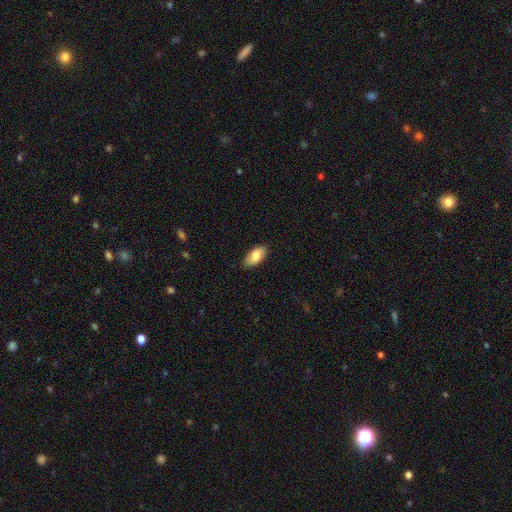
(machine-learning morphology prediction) Overall: smooth (82%). How rounded: in between (93%). Merging: none (88%).